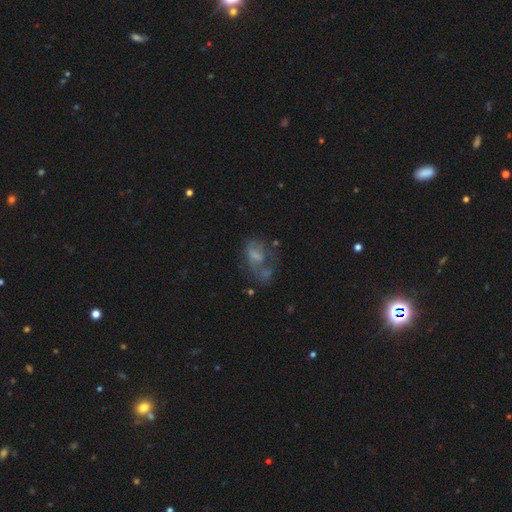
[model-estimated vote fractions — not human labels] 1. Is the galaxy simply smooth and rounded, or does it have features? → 48% featured or disk, 38% smooth, 14% star or artifact.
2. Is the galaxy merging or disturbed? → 36% major disturbance, 30% none, 20% minor disturbance, 13% merger.